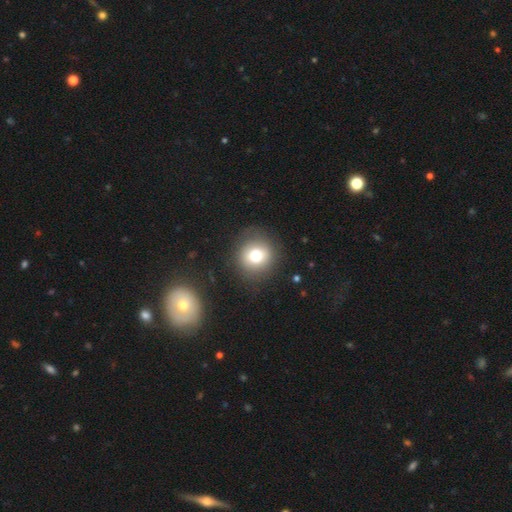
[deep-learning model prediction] Q: Smooth or featured?
A: smooth (74%); runner-up: featured or disk (14%)
Q: How rounded?
A: round (89%); runner-up: in between (10%)
Q: Merging?
A: none (83%); runner-up: minor disturbance (11%)